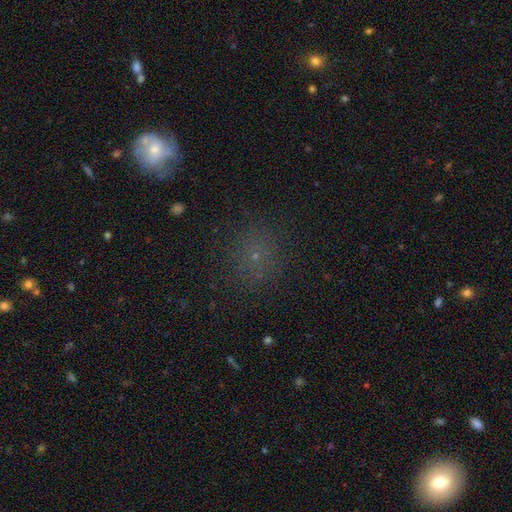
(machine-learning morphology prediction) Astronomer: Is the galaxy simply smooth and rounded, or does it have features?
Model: smooth — 51% (runner-up: star or artifact, 33%).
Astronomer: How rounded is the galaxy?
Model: round — 84%.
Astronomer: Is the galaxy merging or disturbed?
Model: none — 81%.